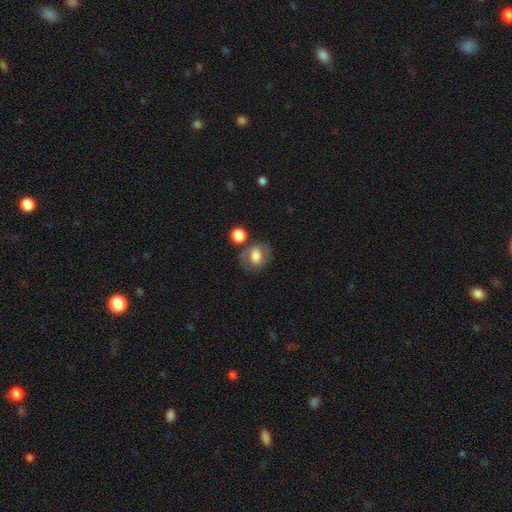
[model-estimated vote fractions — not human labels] Morphology: type=smooth (63%); roundness=in between (55%); merging=none (63%).